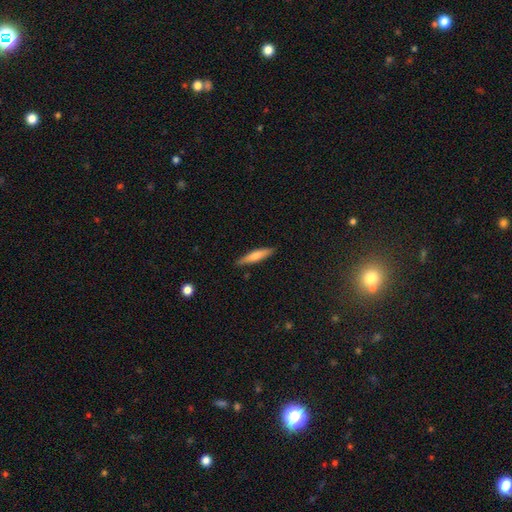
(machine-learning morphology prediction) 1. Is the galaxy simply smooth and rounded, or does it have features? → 63% smooth, 30% featured or disk, 6% star or artifact.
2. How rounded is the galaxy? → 84% cigar-shaped, 14% in between, 2% round.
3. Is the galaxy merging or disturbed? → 87% none, 10% minor disturbance, 2% major disturbance, 1% merger.